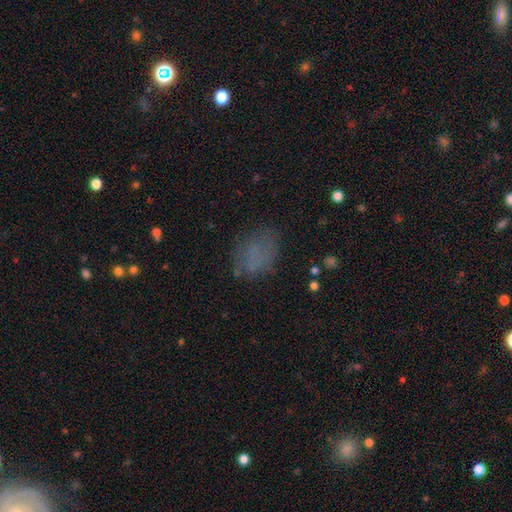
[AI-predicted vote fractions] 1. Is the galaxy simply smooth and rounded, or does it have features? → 66% smooth, 17% star or artifact, 17% featured or disk.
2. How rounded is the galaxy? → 74% in between, 24% round, 2% cigar-shaped.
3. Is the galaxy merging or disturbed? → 65% none, 20% minor disturbance, 12% major disturbance, 2% merger.